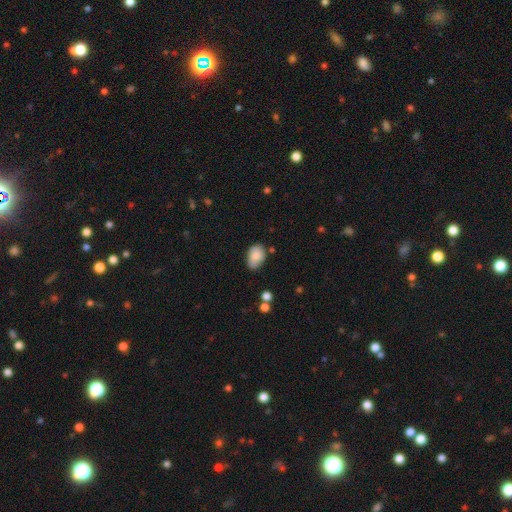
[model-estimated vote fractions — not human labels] This is clearly a smooth galaxy (82%). How rounded: clearly in between (85%). Merging: likely none (64%).